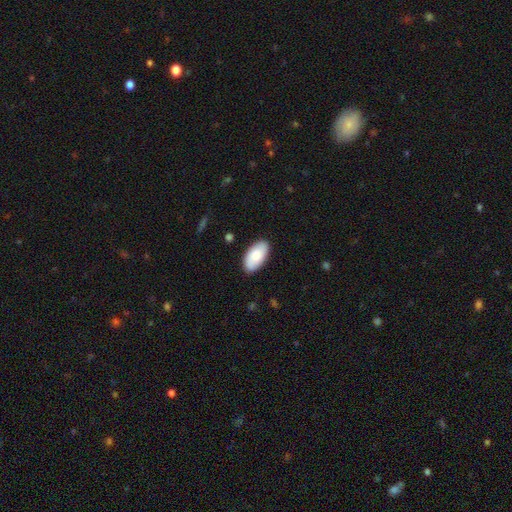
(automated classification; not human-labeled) smooth 83%, featured or disk 12%, star or artifact 5%. Down the decision tree: how rounded — in between (96%); merging — none (87%).